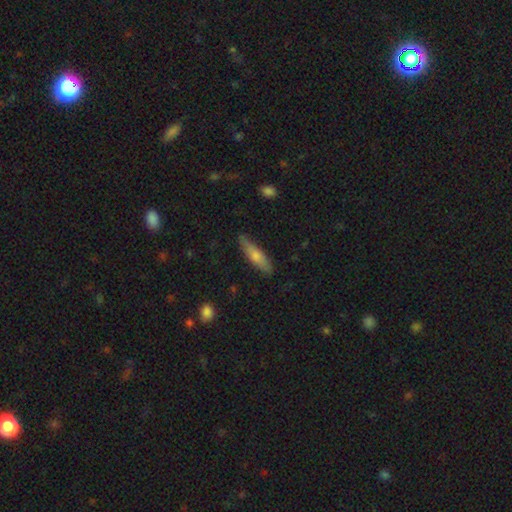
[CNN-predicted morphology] Smooth or featured? Predicted: smooth (p=0.64). How rounded? Predicted: cigar-shaped (p=0.74). Merging? Predicted: none (p=0.80).